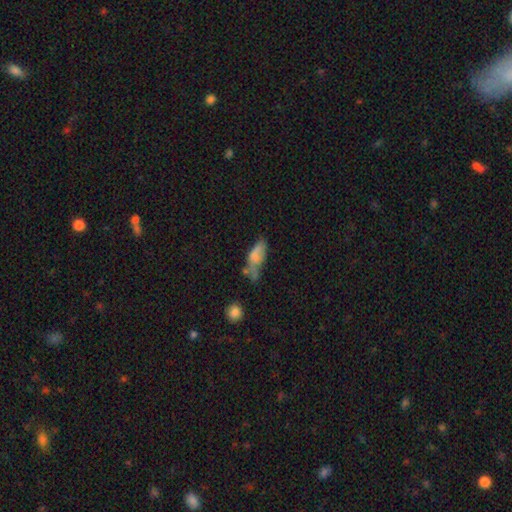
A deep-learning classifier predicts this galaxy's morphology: Overall: smooth (64%; featured or disk 26%). How rounded: in between (74%). Merging: minor disturbance (28%; none 27%).